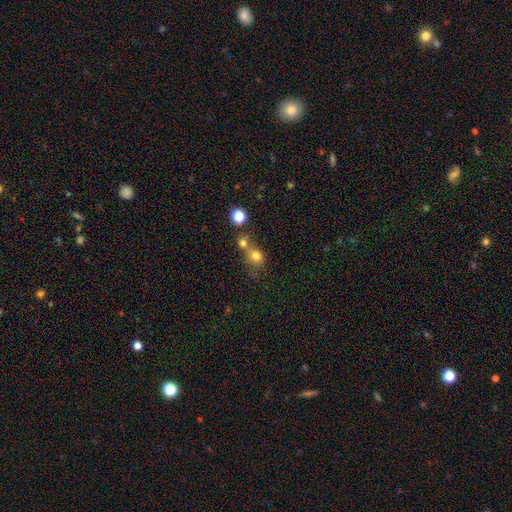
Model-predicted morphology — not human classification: Smooth or featured? smooth (76%)
How rounded? round (68%)
Merging? merger (42%, tied with none)